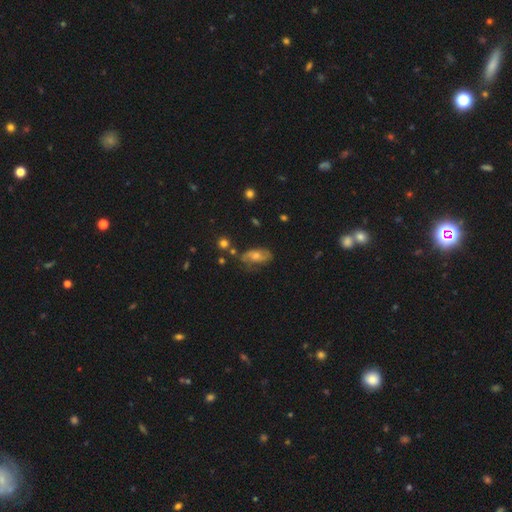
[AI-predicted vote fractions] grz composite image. It shows a featured or disk galaxy (50%). Merging: none (64%).